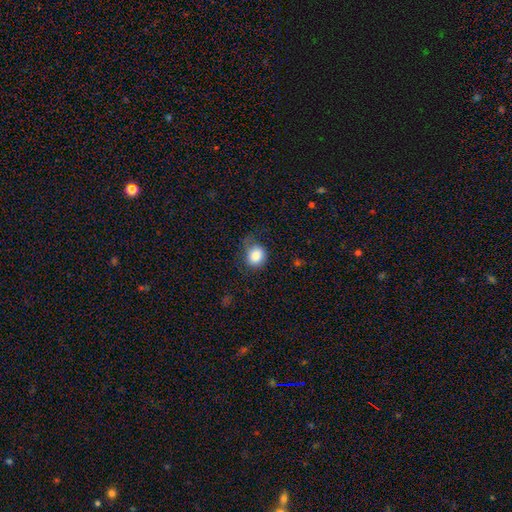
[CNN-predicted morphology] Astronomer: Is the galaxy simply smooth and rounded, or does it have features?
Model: smooth — 84%.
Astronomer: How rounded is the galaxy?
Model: round — 70%.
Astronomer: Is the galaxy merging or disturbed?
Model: none — 53% (runner-up: minor disturbance, 28%).